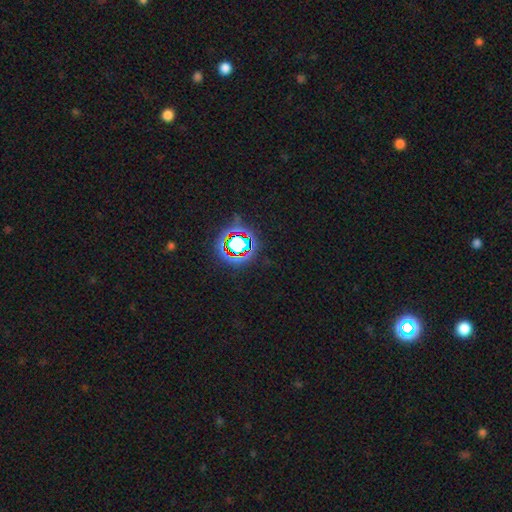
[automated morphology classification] smooth_or_featured: star or artifact (p=0.79) [alt: smooth p=0.13]